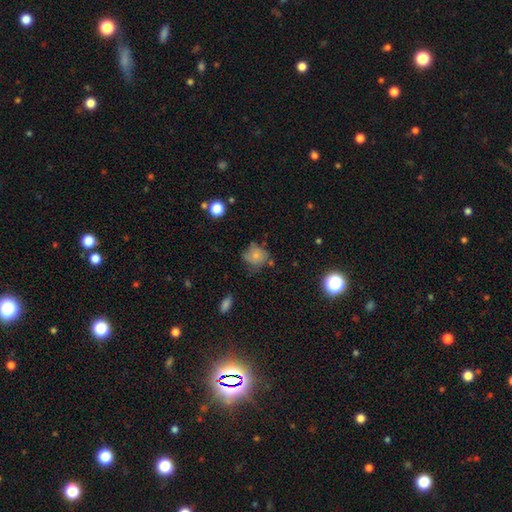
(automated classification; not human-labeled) Smooth or featured?
  - smooth: 67% *
  - featured or disk: 22%
  - star or artifact: 12%
How rounded?
  - round: 73% *
  - in between: 26%
  - cigar-shaped: 1%
Merging?
  - none: 52% *
  - minor disturbance: 32%
  - major disturbance: 12%
  - merger: 4%